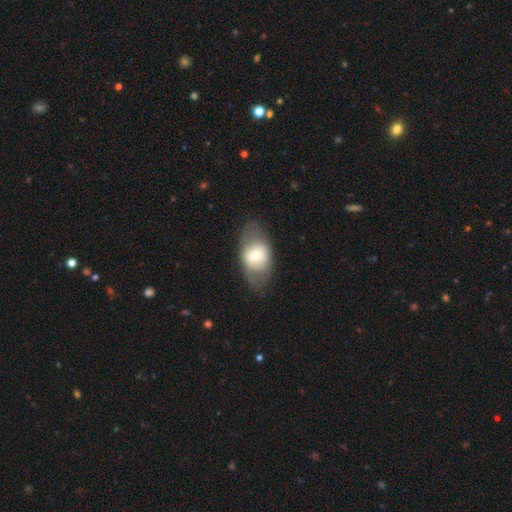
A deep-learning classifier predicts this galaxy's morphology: A smooth galaxy with no disk features (59%) that is in between round and cigar-shaped (84%). Merging: none (77%).